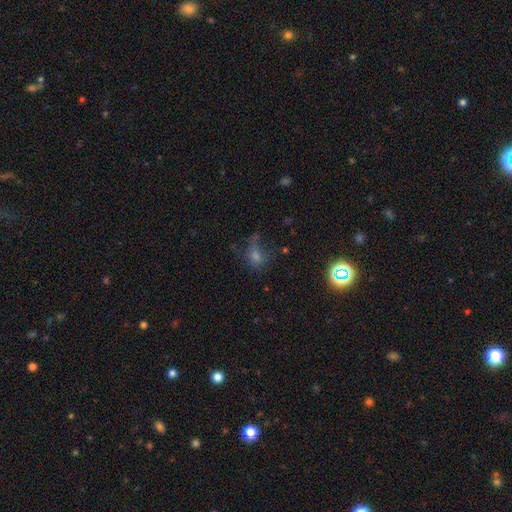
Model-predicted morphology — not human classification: smooth 51%, star or artifact 33%, featured or disk 17%. Down the decision tree: how rounded — round (60%); merging — none (51%).